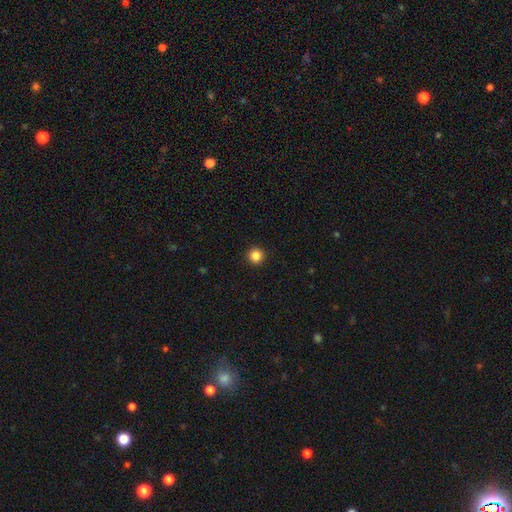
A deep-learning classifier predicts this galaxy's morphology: This is clearly a smooth galaxy (86%). How rounded: clearly round (96%). Merging: clearly none (93%).